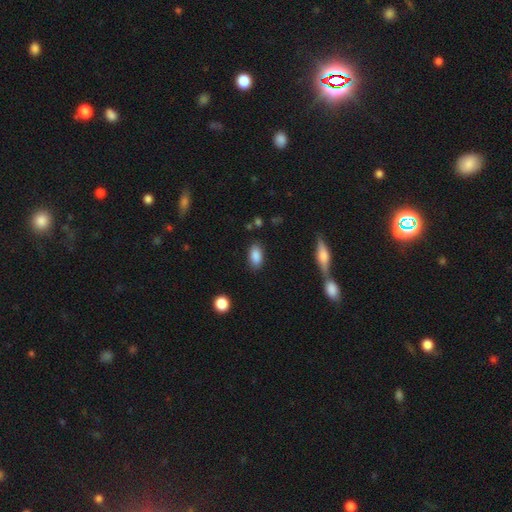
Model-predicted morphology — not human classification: Overall: smooth (87%). How rounded: in between (90%). Merging: none (85%).